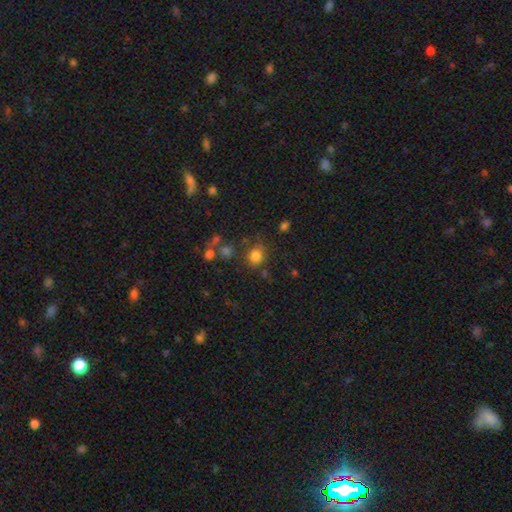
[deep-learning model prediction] smooth-or-featured: smooth: 80% | star or artifact: 14% | featured or disk: 6%
  how-rounded: round: 73% | in between: 26% | cigar-shaped: 1%
  merging: none: 75% | minor disturbance: 13% | merger: 6% | major disturbance: 5%